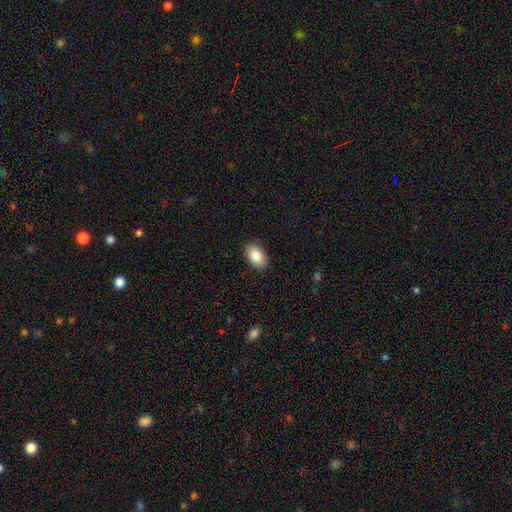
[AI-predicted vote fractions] A smooth galaxy with no disk features (88%) that is in between round and cigar-shaped (93%).

Vote fractions:
- Smooth or featured? smooth: 88% / star or artifact: 7% / featured or disk: 5%
- How rounded? in between: 93% / round: 5% / cigar-shaped: 2%
- Merging? none: 87% / minor disturbance: 10% / major disturbance: 2% / merger: 1%